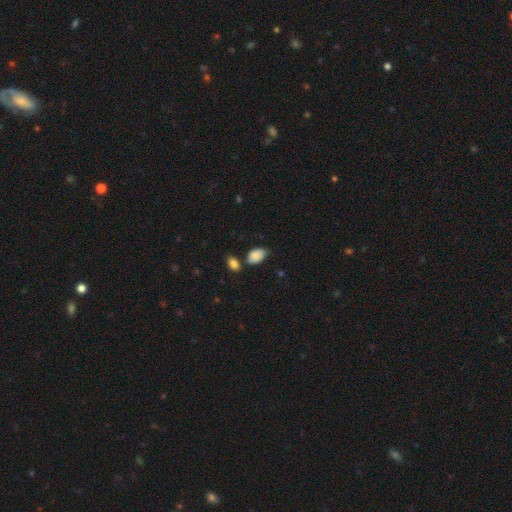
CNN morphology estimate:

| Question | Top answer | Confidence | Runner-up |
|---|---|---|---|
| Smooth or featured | smooth | 87% | star or artifact (7%) |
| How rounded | in between | 92% | round (7%) |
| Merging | none | 61% | minor disturbance (22%) |